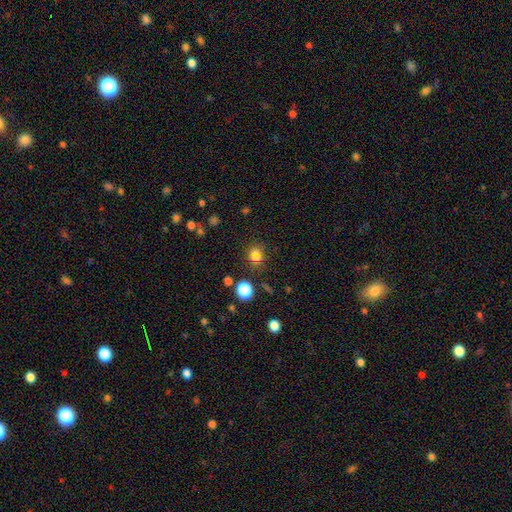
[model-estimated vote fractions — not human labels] Smooth or featured? smooth (62%)
How rounded? round (81%)
Merging? none (67%)